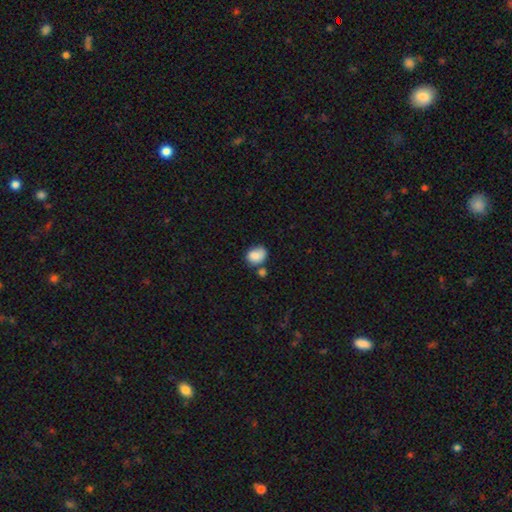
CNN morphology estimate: Q: Smooth or featured?
A: smooth (83%); runner-up: featured or disk (9%)
Q: How rounded?
A: in between (57%); runner-up: round (42%)
Q: Merging?
A: none (50%); runner-up: minor disturbance (25%)